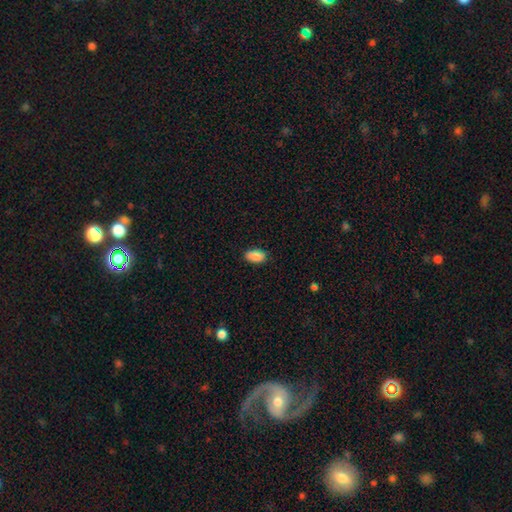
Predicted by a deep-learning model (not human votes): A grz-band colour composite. It shows a smooth galaxy with no disk features (89%) that is in between round and cigar-shaped (93%). Merging: none (85%).